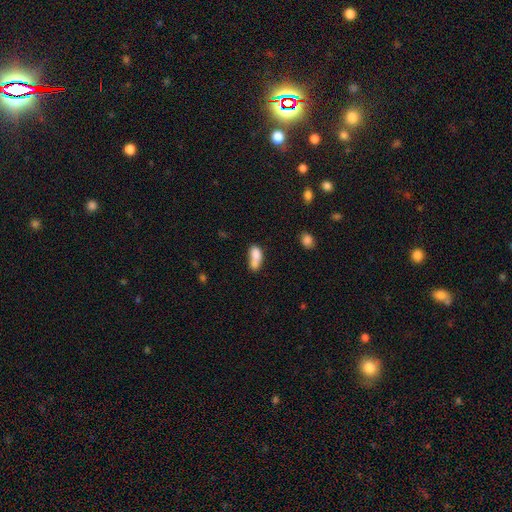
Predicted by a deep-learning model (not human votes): Overall: smooth (77%). How rounded: in between (80%). Merging: merger (51%; none 25%).